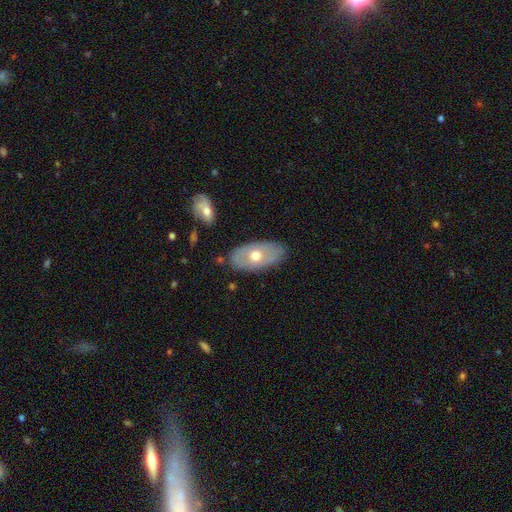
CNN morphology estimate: type=smooth (54%); roundness=in between (92%); merging=none (81%).